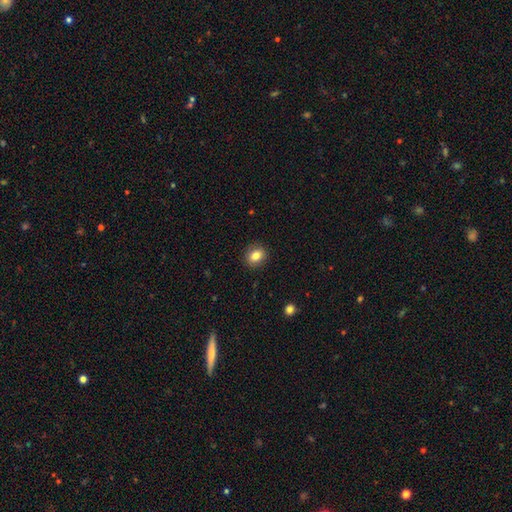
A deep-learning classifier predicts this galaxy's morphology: Q: Smooth or featured?
A: smooth (83%); runner-up: star or artifact (10%)
Q: How rounded?
A: round (61%); runner-up: in between (38%)
Q: Merging?
A: none (90%); runner-up: minor disturbance (7%)